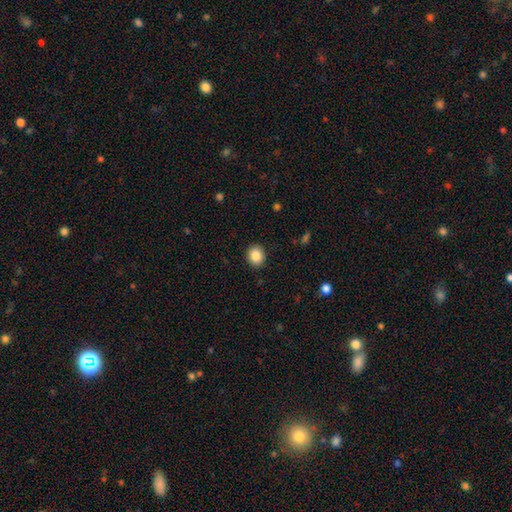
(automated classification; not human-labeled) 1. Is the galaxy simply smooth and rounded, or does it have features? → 86% smooth, 9% star or artifact, 5% featured or disk.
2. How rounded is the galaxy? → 74% round, 25% in between, 1% cigar-shaped.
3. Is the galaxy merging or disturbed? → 91% none, 6% minor disturbance, 2% major disturbance, 1% merger.